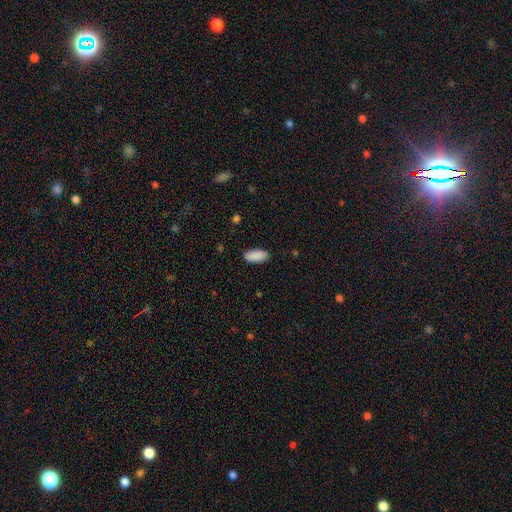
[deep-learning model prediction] This appears to be a smooth galaxy with no disk features (90%) that is in between round and cigar-shaped (90%). Merging: none (88%).